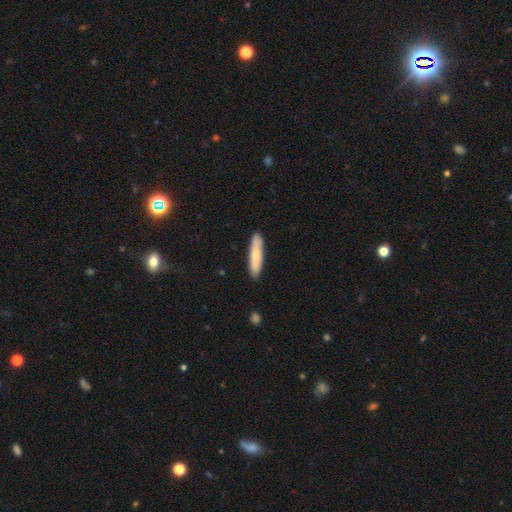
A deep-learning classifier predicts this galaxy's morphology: Smooth or featured?
  - smooth: 71% *
  - featured or disk: 24%
  - star or artifact: 5%
How rounded?
  - cigar-shaped: 81% *
  - in between: 17%
  - round: 1%
Merging?
  - none: 88% *
  - minor disturbance: 9%
  - major disturbance: 2%
  - merger: 1%